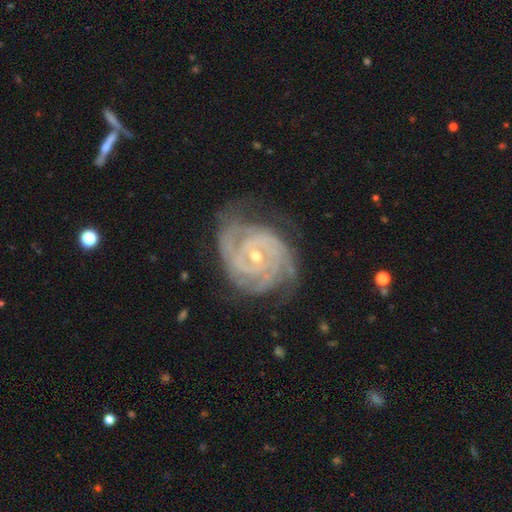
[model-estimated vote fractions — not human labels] smooth-or-featured: featured or disk: 91% | star or artifact: 5% | smooth: 4%
  disk-edge-on: no: 97% | yes: 3%
    bar: no: 61% | weak: 28% | strong: 11%
    has-spiral-arms: yes: 98% | no: 2%
      spiral-winding: tight: 80% | medium: 18% | loose: 3%
      spiral-arm-count: 3: 27% | 2: 21% | can't tell: 19% | 4: 18% | more than 4: 8% | 1: 7%
    bulge-size: small: 64% | moderate: 34% | large: 1% | none: 1% | dominant: 1%
  merging: none: 69% | minor disturbance: 21% | major disturbance: 9% | merger: 1%